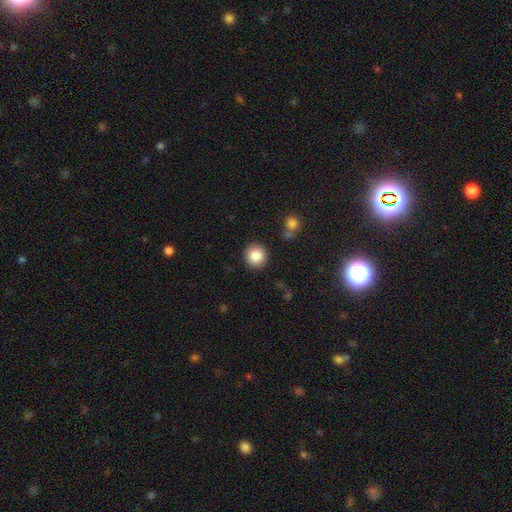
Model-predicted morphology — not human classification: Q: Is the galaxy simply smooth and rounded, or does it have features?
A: smooth — 85%.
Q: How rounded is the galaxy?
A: round — 92%.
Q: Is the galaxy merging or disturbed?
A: none — 90%.